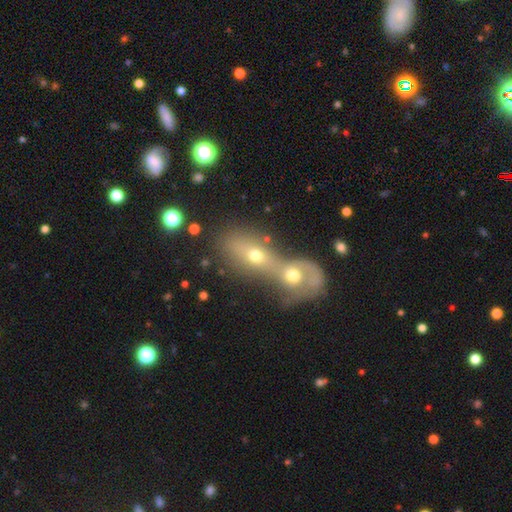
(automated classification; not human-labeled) Smooth or featured: smooth — 43% (featured or disk — 42%)
Merging: merger — 72% (none — 19%)